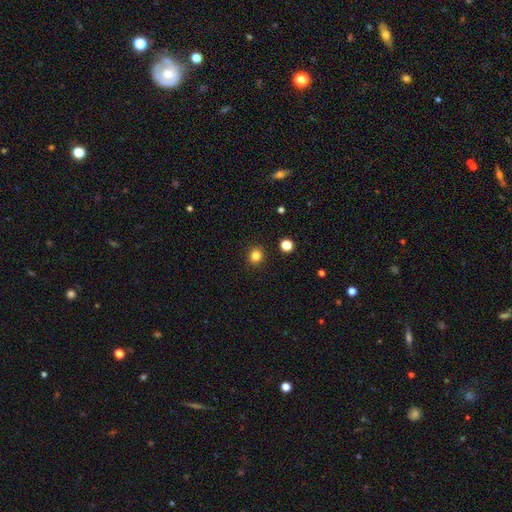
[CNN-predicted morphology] Overall: smooth (83%). How rounded: round (81%). Merging: none (91%).